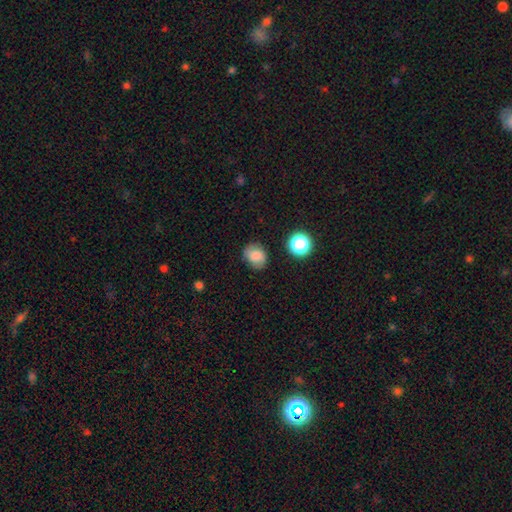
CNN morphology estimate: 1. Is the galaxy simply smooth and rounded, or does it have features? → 76% smooth, 13% featured or disk, 11% star or artifact.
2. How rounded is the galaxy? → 57% round, 42% in between, 1% cigar-shaped.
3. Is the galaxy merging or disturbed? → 74% none, 18% minor disturbance, 5% major disturbance, 2% merger.